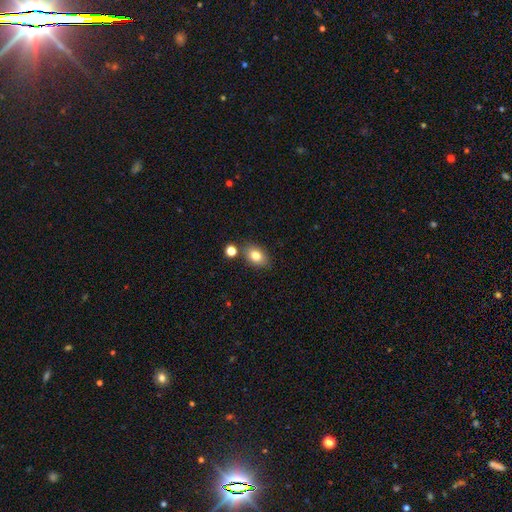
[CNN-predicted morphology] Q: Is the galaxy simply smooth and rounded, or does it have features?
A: smooth — 80%.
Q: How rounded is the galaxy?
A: in between — 79%.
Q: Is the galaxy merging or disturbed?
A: none — 77%.